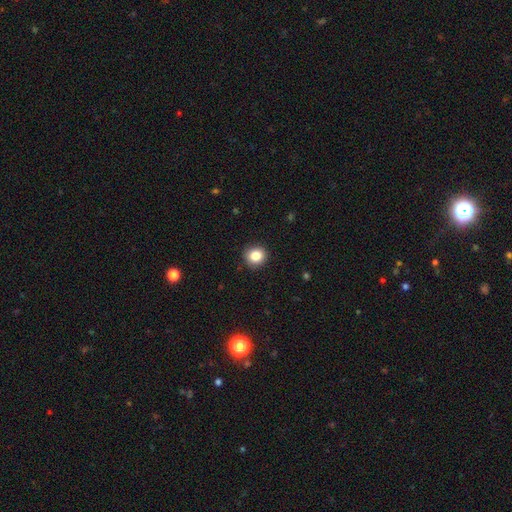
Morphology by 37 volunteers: This appears to be a smooth galaxy with no disk features (86%) that is round (94%). Merging: none (89%).